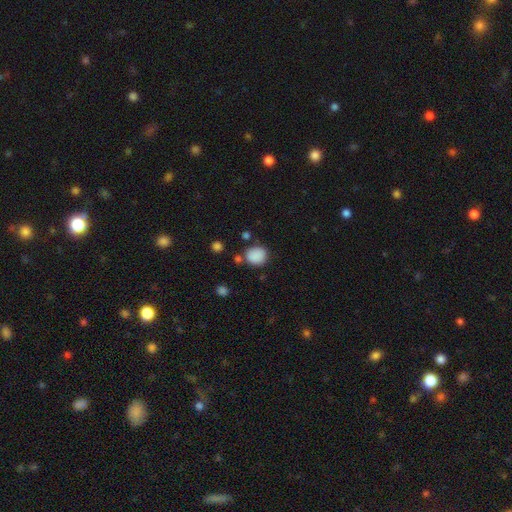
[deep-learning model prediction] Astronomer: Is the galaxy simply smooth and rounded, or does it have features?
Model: smooth — 86%.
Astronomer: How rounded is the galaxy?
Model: round — 73%.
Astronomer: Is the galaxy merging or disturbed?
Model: none — 73%.